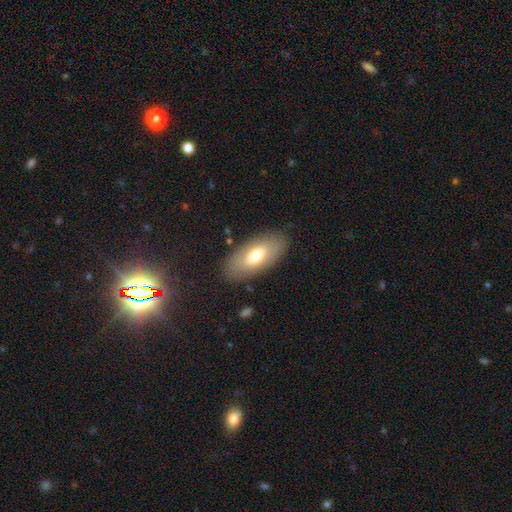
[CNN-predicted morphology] A smooth galaxy with no disk features (67%) that is in between round and cigar-shaped (89%). Merging: none (84%).